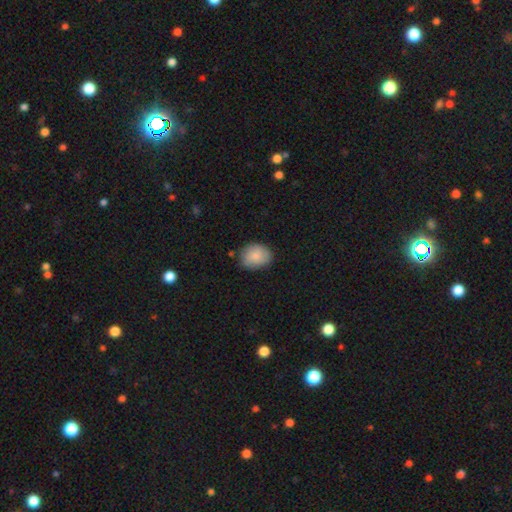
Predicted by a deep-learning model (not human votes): Smooth or featured? smooth (84%)
How rounded? in between (50%)
Merging? none (77%)